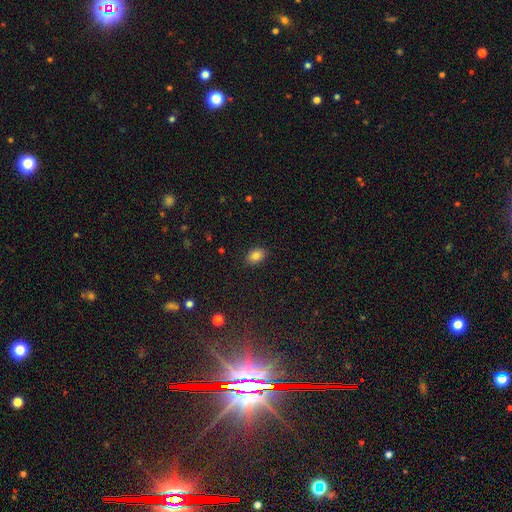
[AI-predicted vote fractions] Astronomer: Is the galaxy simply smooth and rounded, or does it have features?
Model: smooth — 84%.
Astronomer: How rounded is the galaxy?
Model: in between — 82%.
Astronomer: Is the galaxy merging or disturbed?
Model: none — 88%.